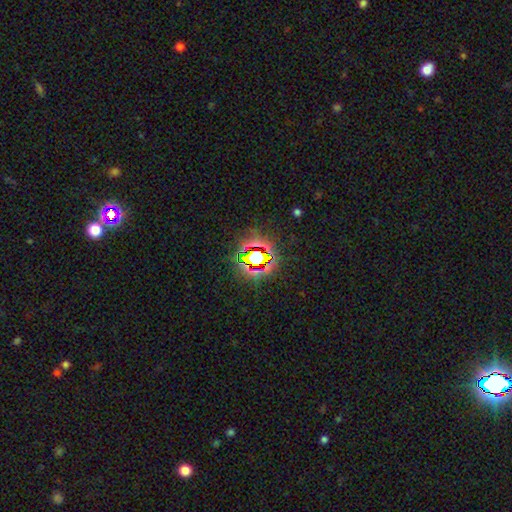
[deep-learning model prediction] This is likely a star or artifact rather than a galaxy (73%).